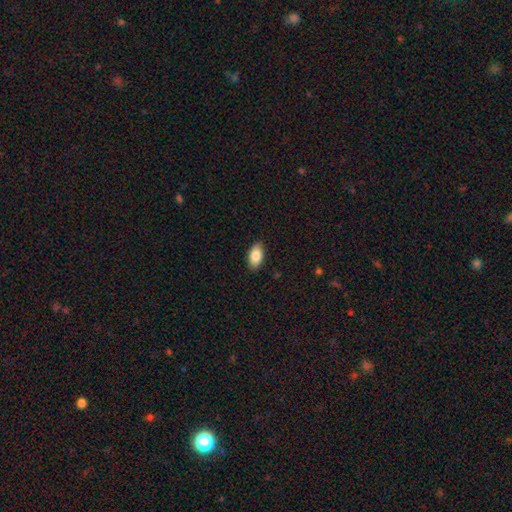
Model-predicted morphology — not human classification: smooth_or_featured: smooth (p=0.86) [alt: featured or disk p=0.08]
how_rounded: in between (p=0.93) [alt: cigar-shaped p=0.03]
merging: none (p=0.89) [alt: minor disturbance p=0.08]